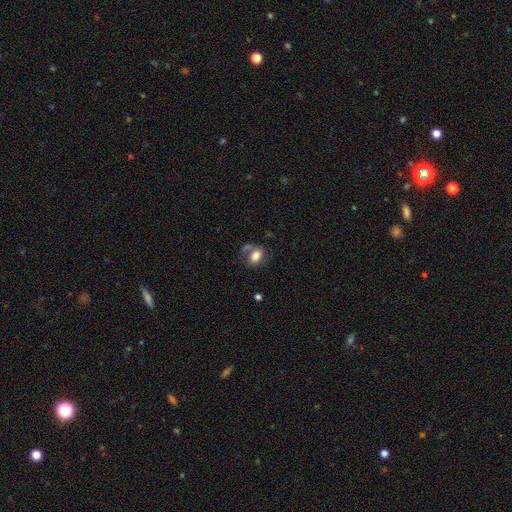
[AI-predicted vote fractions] Smooth or featured?
  - smooth: 73% *
  - featured or disk: 18%
  - star or artifact: 9%
How rounded?
  - in between: 76% *
  - round: 23%
  - cigar-shaped: 1%
Merging?
  - none: 48% *
  - minor disturbance: 22%
  - major disturbance: 16%
  - merger: 14%